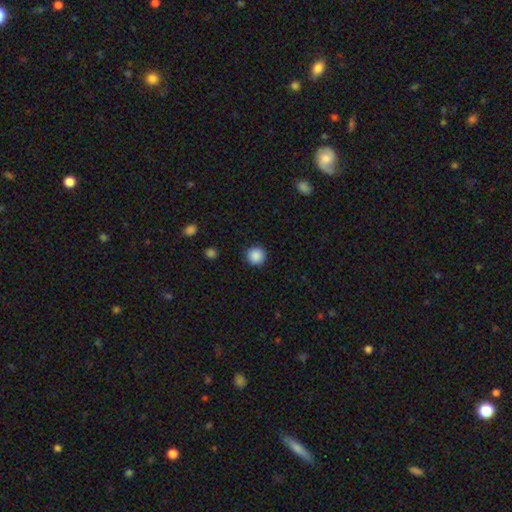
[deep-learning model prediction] Overall: smooth (88%). How rounded: round (95%). Merging: none (91%).